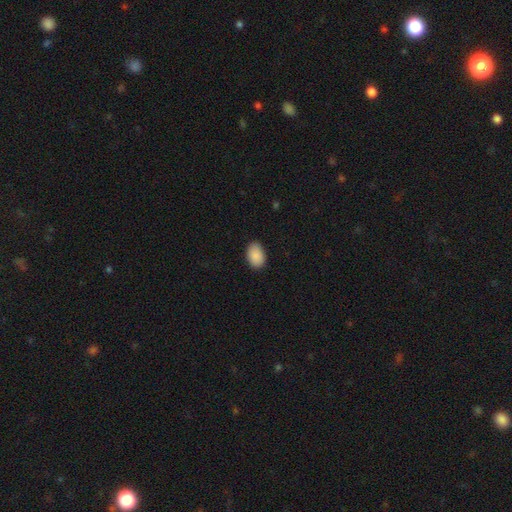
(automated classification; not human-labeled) smooth-or-featured: smooth: 90% | star or artifact: 7% | featured or disk: 3%
  how-rounded: in between: 88% | round: 11% | cigar-shaped: 1%
  merging: none: 85% | minor disturbance: 12% | major disturbance: 2% | merger: 1%